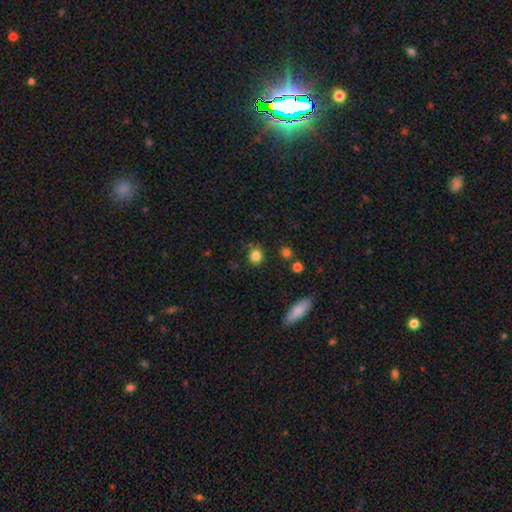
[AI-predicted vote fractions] The model was most divided on "how rounded": round: 82%, in between: 17%, cigar-shaped: 1%. More confident: merging — none (83%); smooth or featured — smooth (83%).